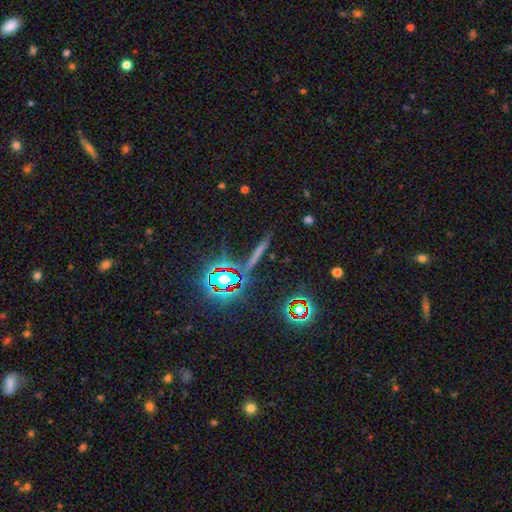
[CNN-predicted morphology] Overall: star or artifact (41%; smooth 33%).